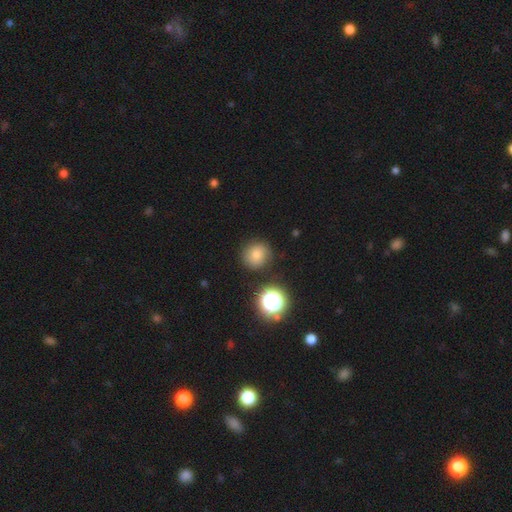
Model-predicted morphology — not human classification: smooth_or_featured: smooth (p=0.75) [alt: star or artifact p=0.15]
how_rounded: round (p=0.89) [alt: in between p=0.10]
merging: none (p=0.85) [alt: minor disturbance p=0.10]